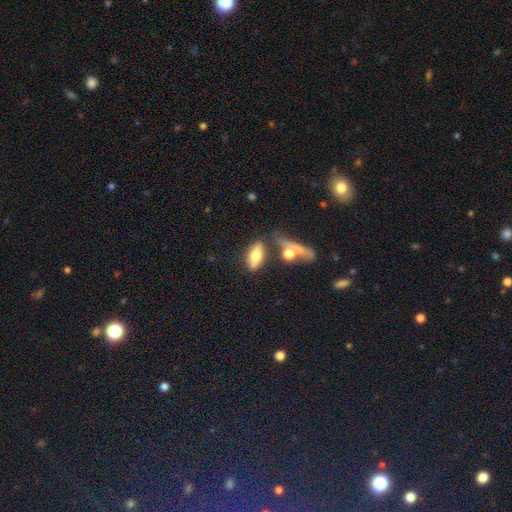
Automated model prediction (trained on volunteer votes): Smooth or featured: smooth — 55% (featured or disk — 35%)
How rounded: in between — 61% (cigar-shaped — 33%)
Merging: none — 65% (merger — 16%)